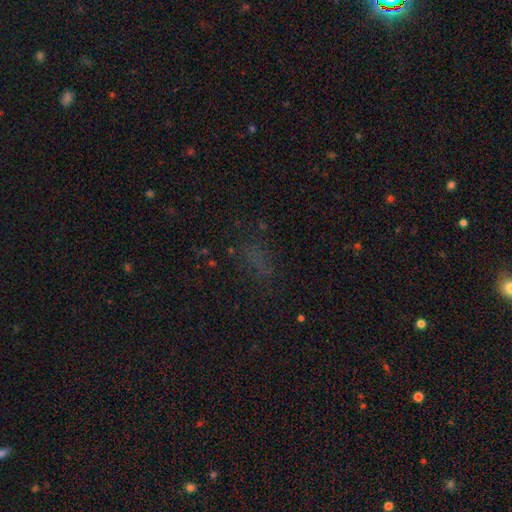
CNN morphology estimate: Overall: star or artifact (45%; smooth 40%).